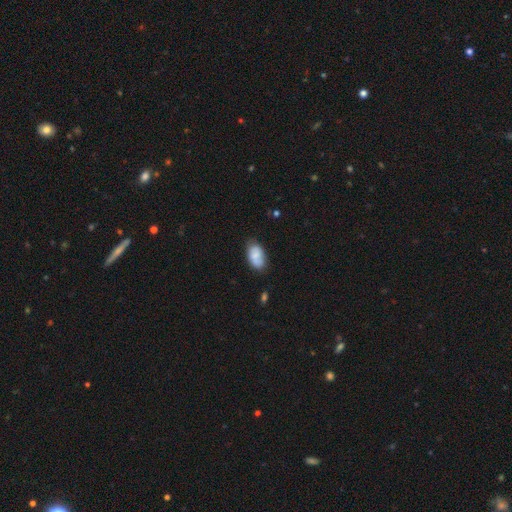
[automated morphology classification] Overall: smooth (75%). How rounded: in between (93%). Merging: none (69%).